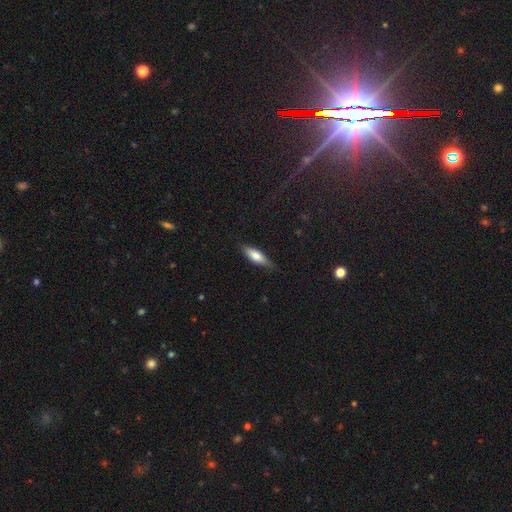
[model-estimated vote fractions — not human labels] smooth-or-featured: smooth: 69% | featured or disk: 25% | star or artifact: 6%
  how-rounded: cigar-shaped: 51% | in between: 47% | round: 2%
  merging: none: 77% | minor disturbance: 18% | major disturbance: 3% | merger: 1%